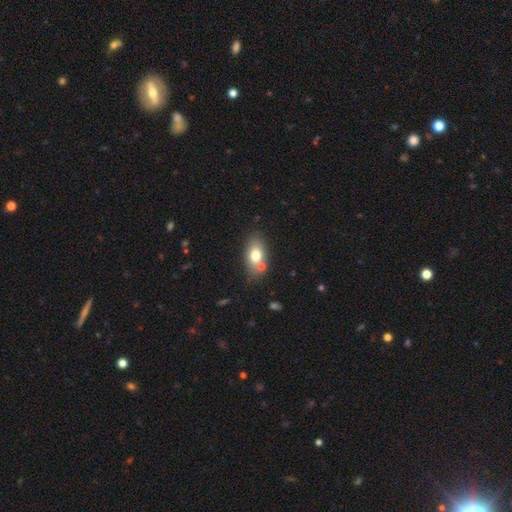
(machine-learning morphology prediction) type=smooth (73%); roundness=in between (85%); merging=none (68%).